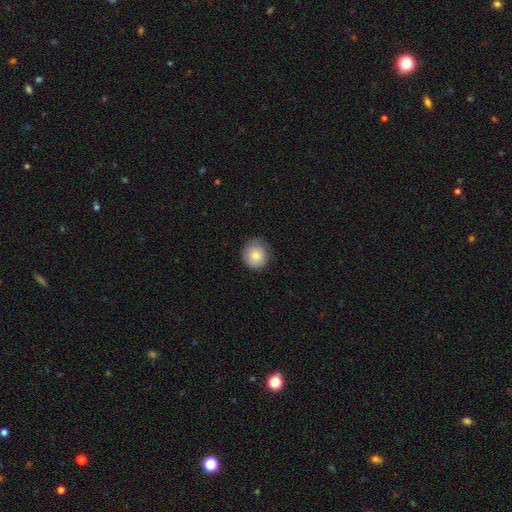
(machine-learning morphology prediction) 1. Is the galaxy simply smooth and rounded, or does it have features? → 83% smooth, 10% featured or disk, 8% star or artifact.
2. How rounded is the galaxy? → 87% round, 12% in between, 1% cigar-shaped.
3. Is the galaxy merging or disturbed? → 75% none, 20% minor disturbance, 4% major disturbance, 1% merger.